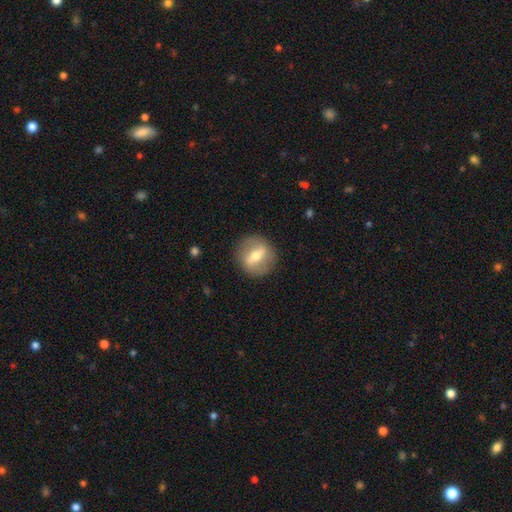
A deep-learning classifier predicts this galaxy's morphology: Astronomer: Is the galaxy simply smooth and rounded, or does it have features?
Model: featured or disk — 58% (runner-up: smooth, 36%).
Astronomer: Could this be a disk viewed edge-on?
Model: no — 83%.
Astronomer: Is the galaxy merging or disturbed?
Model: none — 87%.